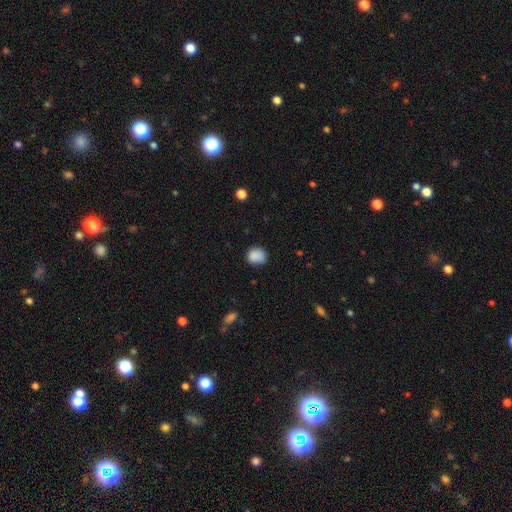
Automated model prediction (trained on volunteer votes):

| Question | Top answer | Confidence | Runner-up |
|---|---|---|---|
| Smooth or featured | smooth | 86% | star or artifact (9%) |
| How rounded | round | 77% | in between (22%) |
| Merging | none | 72% | minor disturbance (21%) |